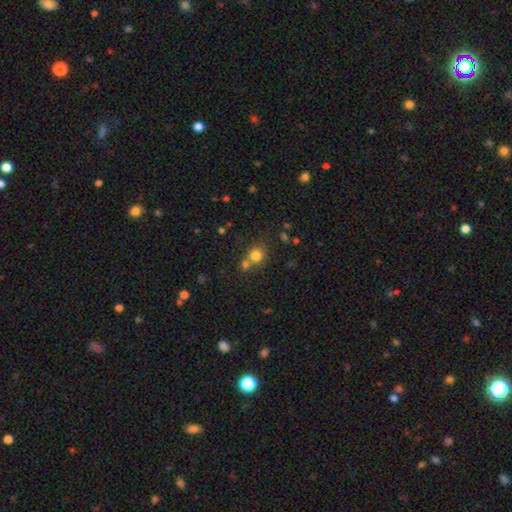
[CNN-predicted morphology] Q: Smooth or featured?
A: smooth (78%); runner-up: star or artifact (14%)
Q: How rounded?
A: round (84%); runner-up: in between (15%)
Q: Merging?
A: none (54%); runner-up: merger (34%)